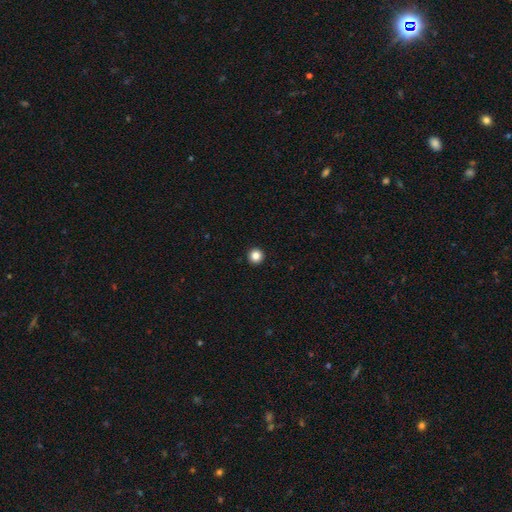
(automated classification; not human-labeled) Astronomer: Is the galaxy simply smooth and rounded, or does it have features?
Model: smooth — 85%.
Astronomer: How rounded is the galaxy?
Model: round — 95%.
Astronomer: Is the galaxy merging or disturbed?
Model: none — 94%.